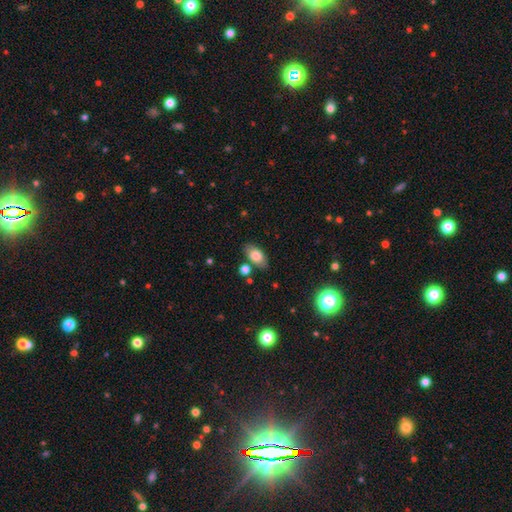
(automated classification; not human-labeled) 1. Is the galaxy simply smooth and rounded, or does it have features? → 79% smooth, 13% featured or disk, 8% star or artifact.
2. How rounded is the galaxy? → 91% in between, 5% round, 4% cigar-shaped.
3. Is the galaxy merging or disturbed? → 79% none, 13% minor disturbance, 5% merger, 3% major disturbance.